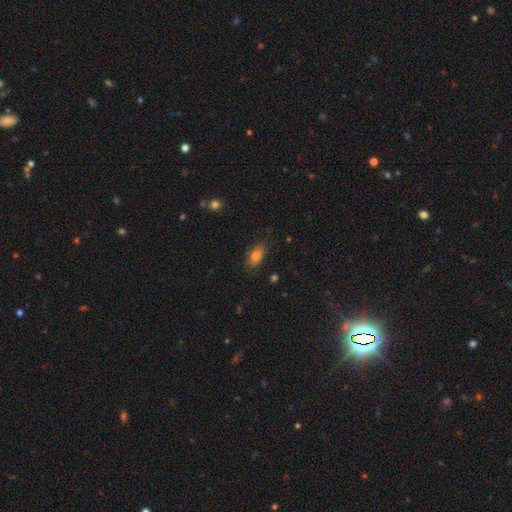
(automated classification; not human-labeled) smooth 78%, featured or disk 13%, star or artifact 10%. Down the decision tree: how rounded — in between (87%); merging — none (80%).